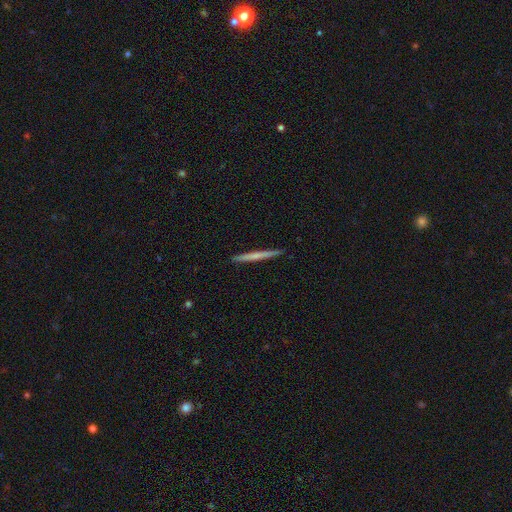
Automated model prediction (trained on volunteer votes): Smooth or featured: smooth — 53% (featured or disk — 42%)
How rounded: cigar-shaped — 97% (in between — 2%)
Merging: none — 93% (minor disturbance — 5%)